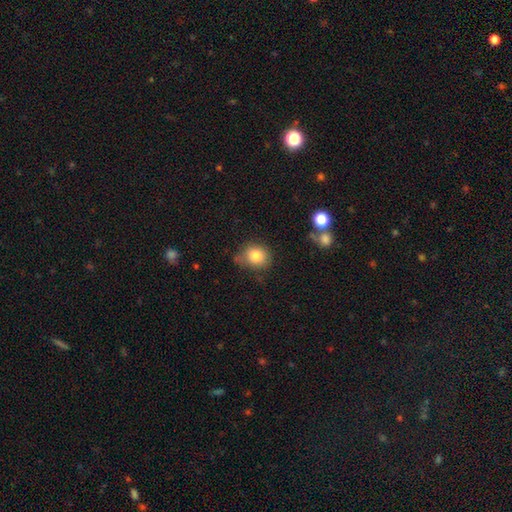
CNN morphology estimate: Overall: smooth (81%). How rounded: round (72%). Merging: none (68%).